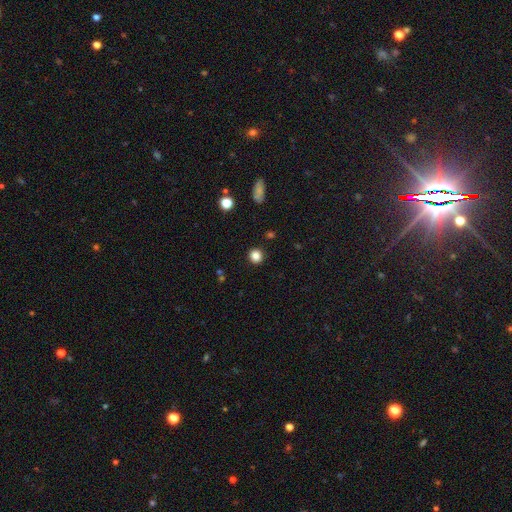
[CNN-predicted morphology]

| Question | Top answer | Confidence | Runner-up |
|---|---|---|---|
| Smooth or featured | smooth | 85% | star or artifact (12%) |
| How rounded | round | 91% | in between (8%) |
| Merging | none | 91% | minor disturbance (5%) |